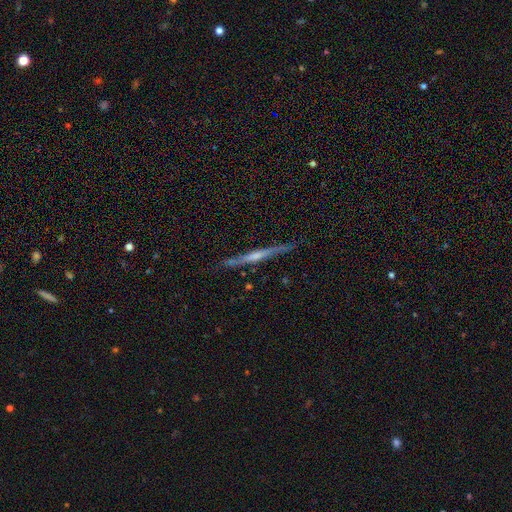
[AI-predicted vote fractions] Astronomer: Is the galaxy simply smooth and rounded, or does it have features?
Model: featured or disk — 70%.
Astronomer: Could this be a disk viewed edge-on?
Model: yes — 97%.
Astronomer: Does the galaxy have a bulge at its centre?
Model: none — 44%, tied with rounded at 44%.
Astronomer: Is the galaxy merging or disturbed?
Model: none — 85%.